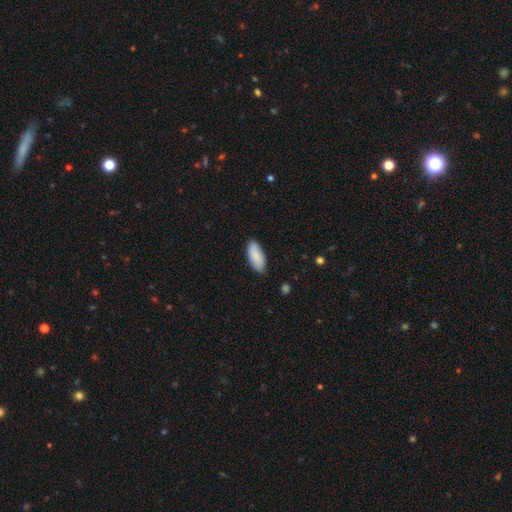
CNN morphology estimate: This is clearly a smooth galaxy (87%). How rounded: clearly in between (89%). Merging: clearly none (85%).